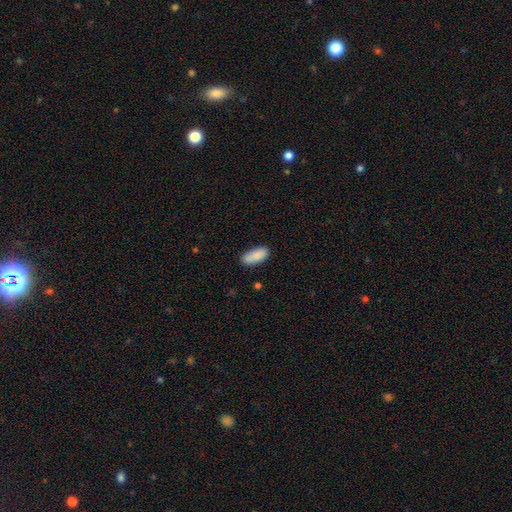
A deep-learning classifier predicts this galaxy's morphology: Overall: smooth (89%). How rounded: in between (85%). Merging: none (83%).